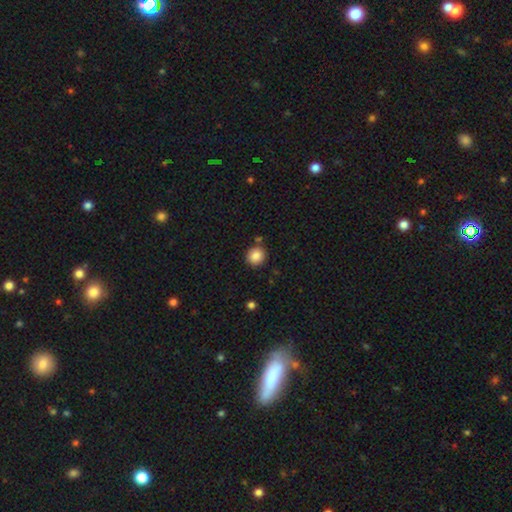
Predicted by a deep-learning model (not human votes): Smooth or featured? Predicted: smooth (p=0.86). How rounded? Predicted: round (p=0.90). Merging? Predicted: none (p=0.84).